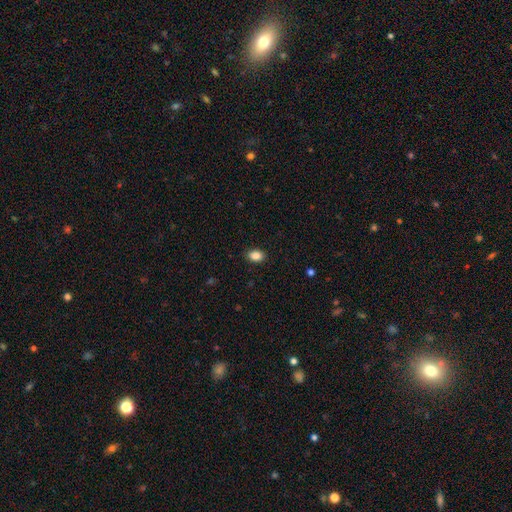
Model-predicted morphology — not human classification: Smooth or featured?
  - smooth: 88% *
  - star or artifact: 9%
  - featured or disk: 3%
How rounded?
  - in between: 77% *
  - round: 22%
  - cigar-shaped: 1%
Merging?
  - none: 89% *
  - minor disturbance: 8%
  - major disturbance: 2%
  - merger: 1%